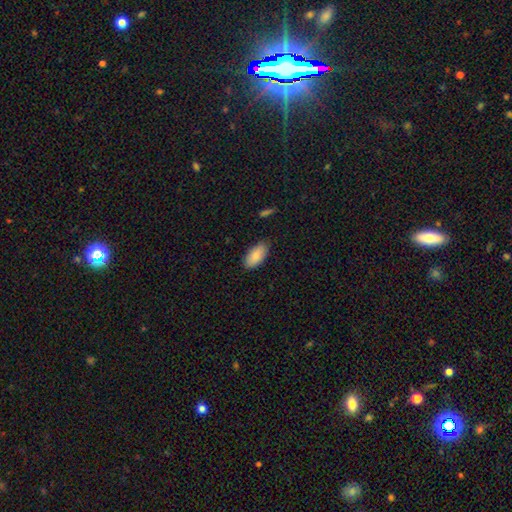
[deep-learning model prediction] A smooth galaxy with no disk features (87%) that is in between round and cigar-shaped (92%).

Vote fractions:
- Smooth or featured? smooth: 87% / featured or disk: 7% / star or artifact: 6%
- How rounded? in between: 92% / cigar-shaped: 6% / round: 2%
- Merging? none: 83% / minor disturbance: 13% / major disturbance: 2% / merger: 1%